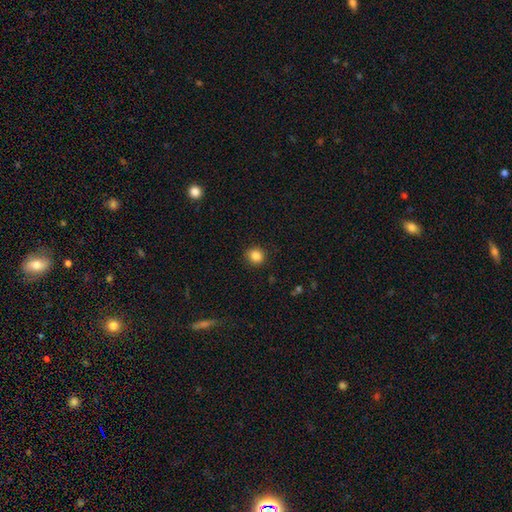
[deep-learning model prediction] smooth 86%, star or artifact 11%, featured or disk 4%. Down the decision tree: how rounded — round (84%); merging — none (88%).